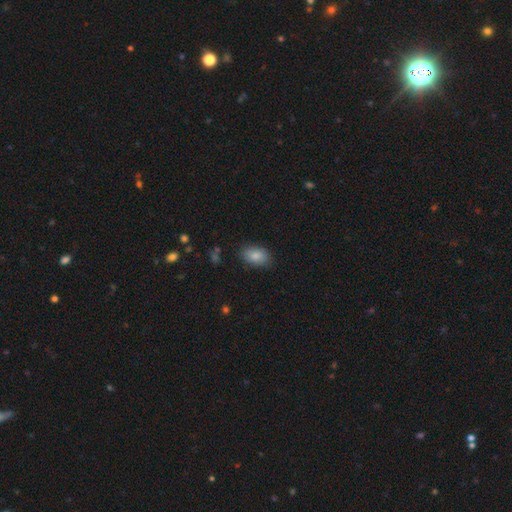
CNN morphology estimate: Smooth or featured? Predicted: smooth (p=0.86). How rounded? Predicted: in between (p=0.90). Merging? Predicted: none (p=0.83).